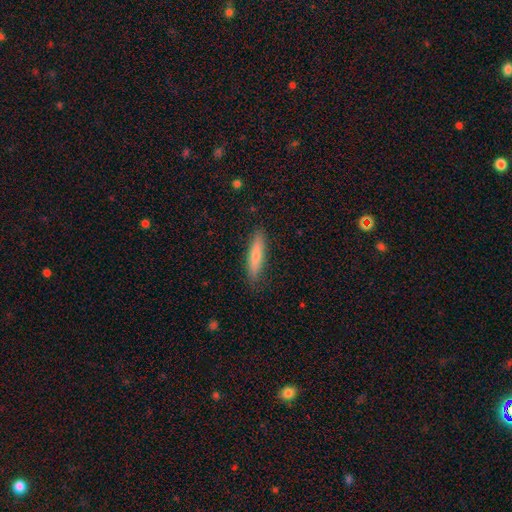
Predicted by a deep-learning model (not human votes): smooth_or_featured: smooth (p=0.67) [alt: featured or disk p=0.27]
how_rounded: cigar-shaped (p=0.84) [alt: in between p=0.14]
merging: none (p=0.87) [alt: minor disturbance p=0.10]